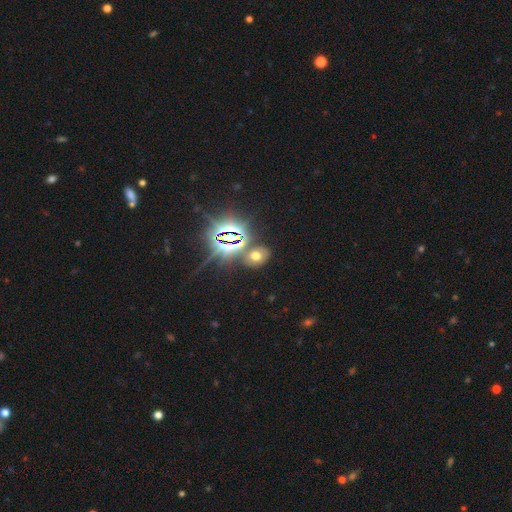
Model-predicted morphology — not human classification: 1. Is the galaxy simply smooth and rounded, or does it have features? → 47% smooth, 40% star or artifact, 13% featured or disk.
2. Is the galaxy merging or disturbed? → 76% none, 11% minor disturbance, 9% merger, 4% major disturbance.